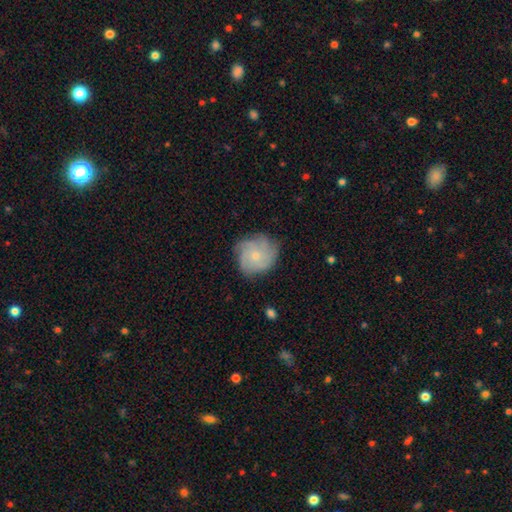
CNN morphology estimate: Smooth or featured: featured or disk — 55% (smooth — 37%)
Edge-on disk: no — 98% (yes — 2%)
Bar: no — 84% (weak — 14%)
Spiral arms: yes — 86% (no — 14%)
Bulge size: small — 69% (moderate — 26%)
Merging: none — 72% (minor disturbance — 20%)